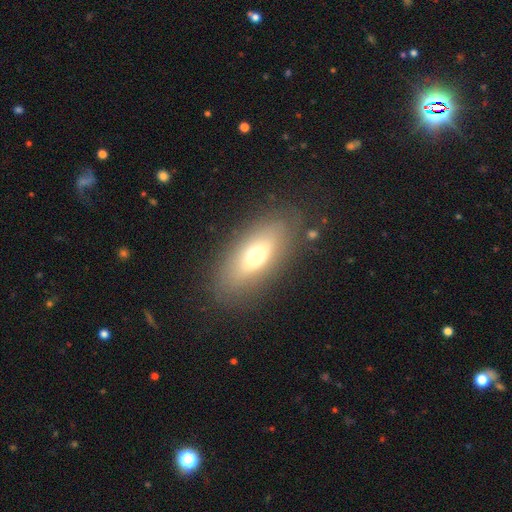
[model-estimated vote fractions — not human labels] A smooth galaxy with no disk features (60%) that is in between round and cigar-shaped (76%). Merging: none (82%).